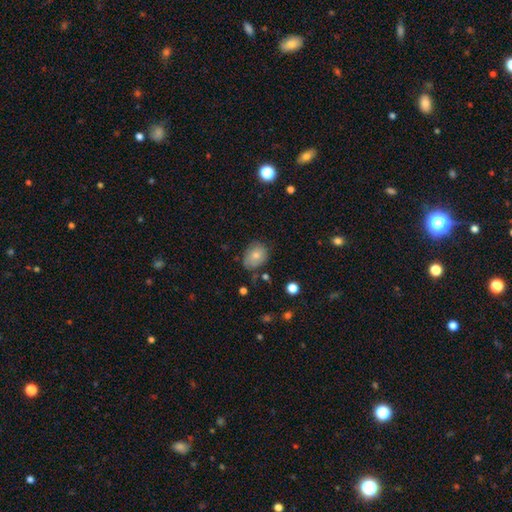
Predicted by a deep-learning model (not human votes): smooth-or-featured: smooth: 76% | featured or disk: 15% | star or artifact: 9%
  how-rounded: in between: 58% | round: 41% | cigar-shaped: 1%
  merging: none: 68% | minor disturbance: 23% | major disturbance: 5% | merger: 3%